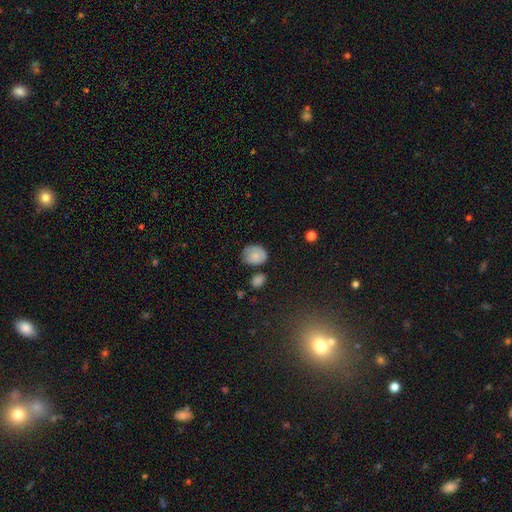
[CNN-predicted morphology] A smooth galaxy with no disk features (77%) that is round (52%).

Vote fractions:
- Smooth or featured? smooth: 77% / featured or disk: 15% / star or artifact: 9%
- How rounded? round: 52% / in between: 47% / cigar-shaped: 1%
- Merging? none: 56% / minor disturbance: 29% / major disturbance: 8% / merger: 7%